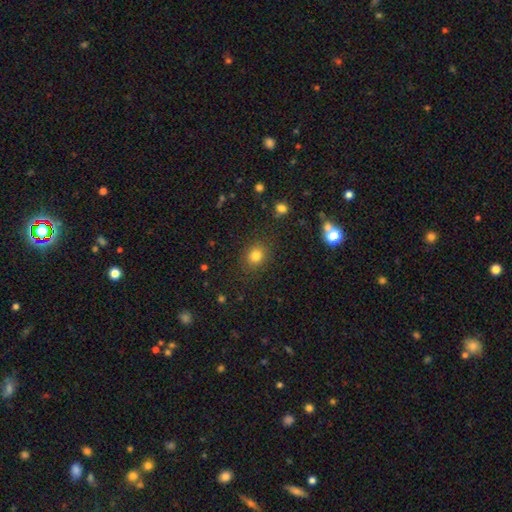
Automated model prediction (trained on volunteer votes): This appears to be a smooth galaxy with no disk features (81%) that is round (66%). Merging: none (85%).